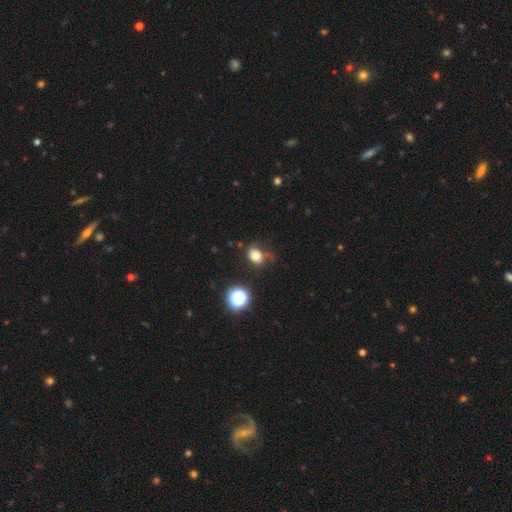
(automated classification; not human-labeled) smooth 78%, star or artifact 14%, featured or disk 8%. Down the decision tree: how rounded — in between (51%); merging — none (60%).